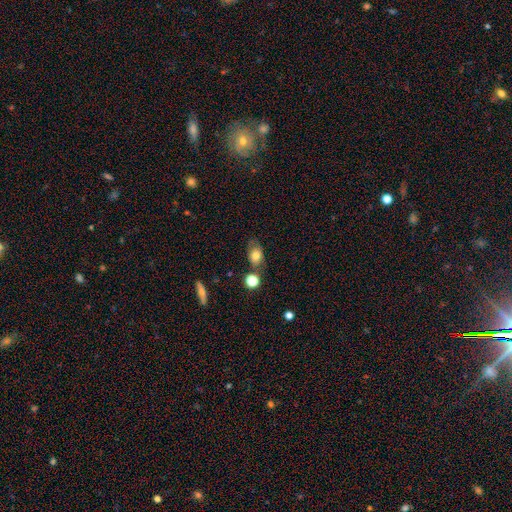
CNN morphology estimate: A smooth galaxy with no disk features (75%) that is in between round and cigar-shaped (76%). Merging: none (62%).